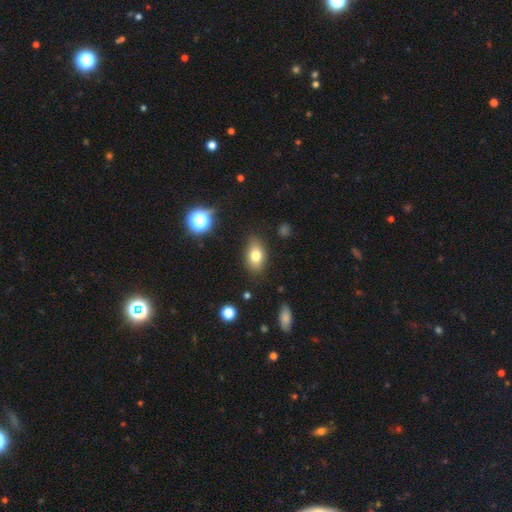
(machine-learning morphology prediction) A smooth galaxy with no disk features (76%) that is in between round and cigar-shaped (85%).

Vote fractions:
- Smooth or featured? smooth: 76% / featured or disk: 13% / star or artifact: 10%
- How rounded? in between: 85% / round: 13% / cigar-shaped: 3%
- Merging? none: 82% / minor disturbance: 14% / major disturbance: 3% / merger: 2%